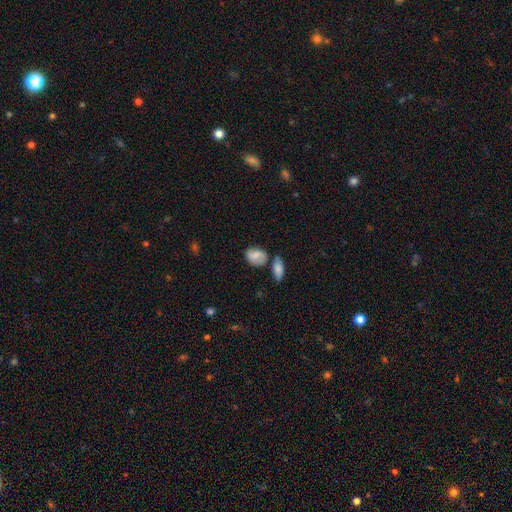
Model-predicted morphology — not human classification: Overall: smooth (76%). How rounded: in between (76%). Merging: none (54%; minor disturbance 23%).